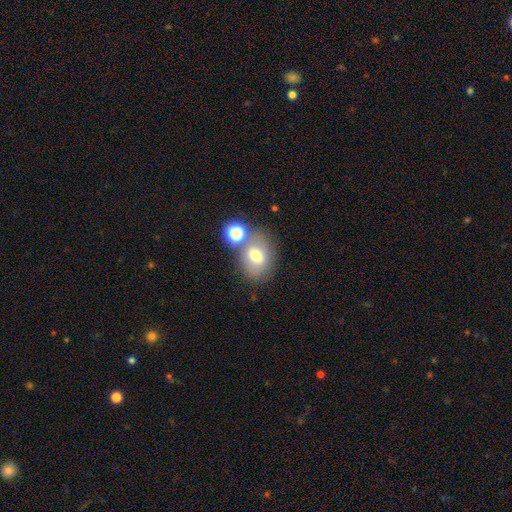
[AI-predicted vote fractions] Q: Smooth or featured?
A: smooth (68%); runner-up: featured or disk (21%)
Q: How rounded?
A: in between (58%); runner-up: round (41%)
Q: Merging?
A: none (54%); runner-up: merger (27%)